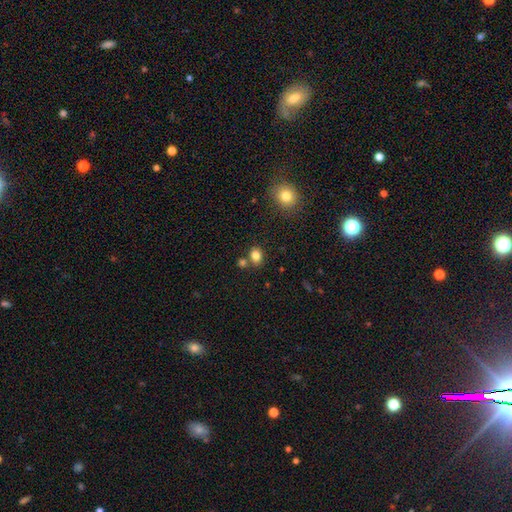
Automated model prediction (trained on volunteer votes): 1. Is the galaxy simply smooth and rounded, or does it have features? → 82% smooth, 12% star or artifact, 6% featured or disk.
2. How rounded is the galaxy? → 56% in between, 43% round, 1% cigar-shaped.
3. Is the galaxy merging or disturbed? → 69% none, 18% merger, 11% minor disturbance, 3% major disturbance.